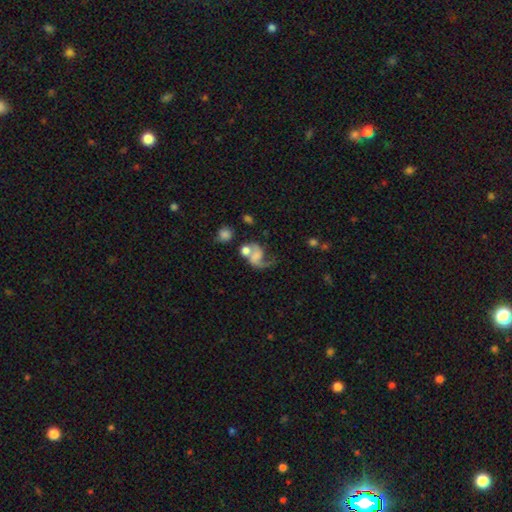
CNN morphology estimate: This appears to be a featured or disk galaxy (64%) with no bar (63%), 1 (47%) loose (66%) spiral arms (85%) and no central bulge (49%). Merging: major disturbance (34%).